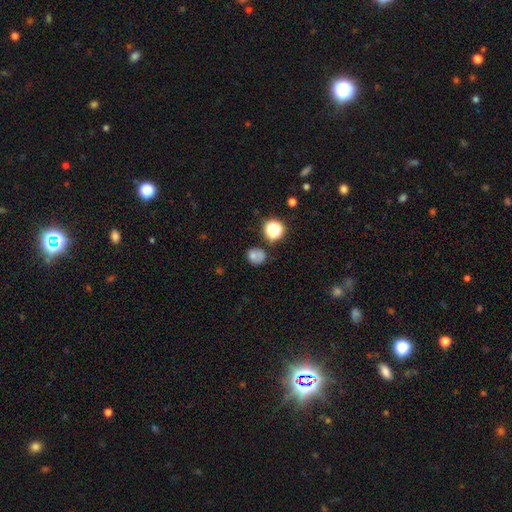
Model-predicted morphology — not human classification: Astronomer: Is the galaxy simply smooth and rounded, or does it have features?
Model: smooth — 69%.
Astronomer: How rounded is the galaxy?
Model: round — 68%.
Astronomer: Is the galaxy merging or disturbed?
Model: none — 50%.